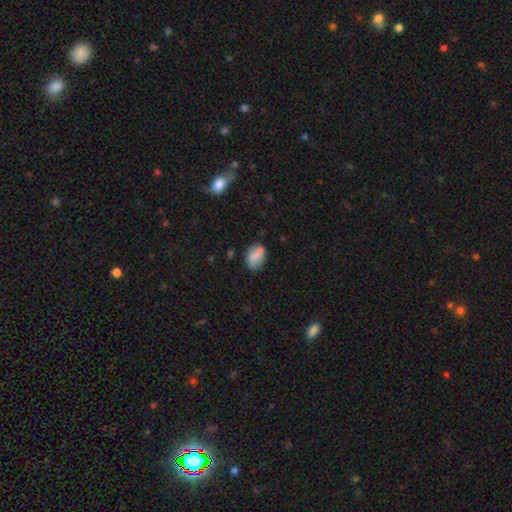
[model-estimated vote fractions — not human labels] Overall: smooth (75%). How rounded: in between (74%). Merging: none (65%).